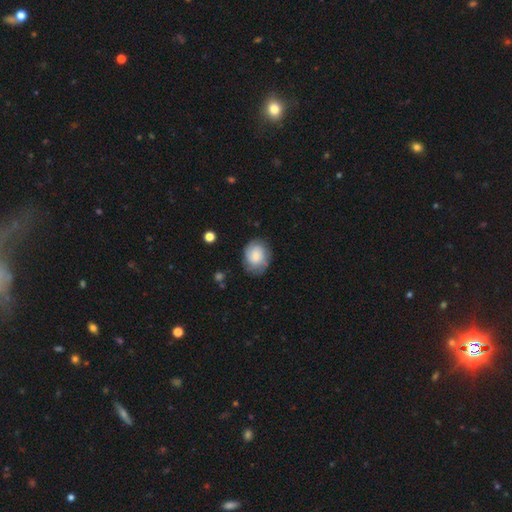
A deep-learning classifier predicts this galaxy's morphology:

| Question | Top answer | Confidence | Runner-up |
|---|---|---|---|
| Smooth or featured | smooth | 59% | featured or disk (33%) |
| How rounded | in between | 52% | round (47%) |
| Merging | none | 76% | minor disturbance (18%) |